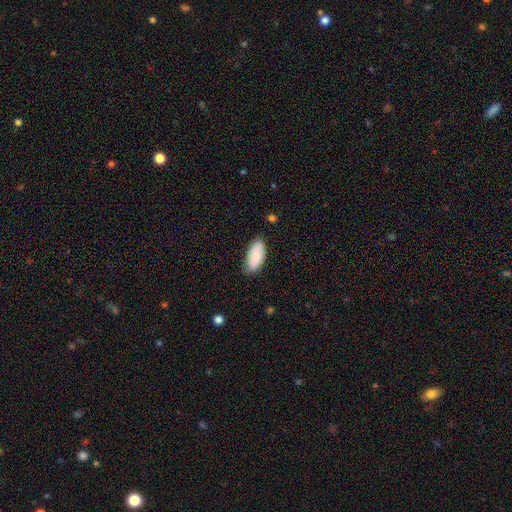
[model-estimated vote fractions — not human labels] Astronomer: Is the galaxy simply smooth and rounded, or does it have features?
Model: smooth — 77%.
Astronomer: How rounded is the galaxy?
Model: in between — 92%.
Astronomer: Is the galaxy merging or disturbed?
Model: none — 80%.